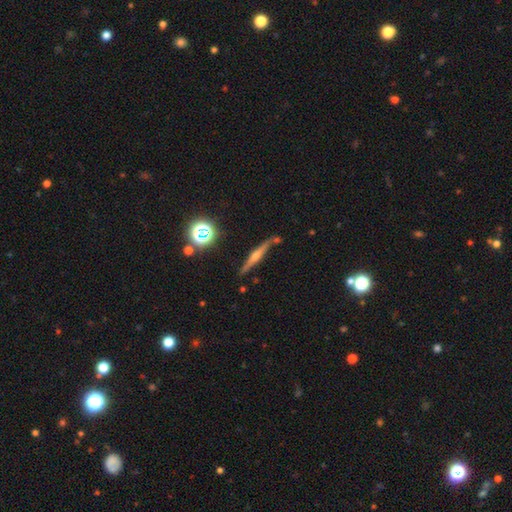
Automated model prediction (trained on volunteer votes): A featured or disk galaxy (67%) viewed edge-on (96%) with a rounded central bulge (82%). Merging: none (80%).